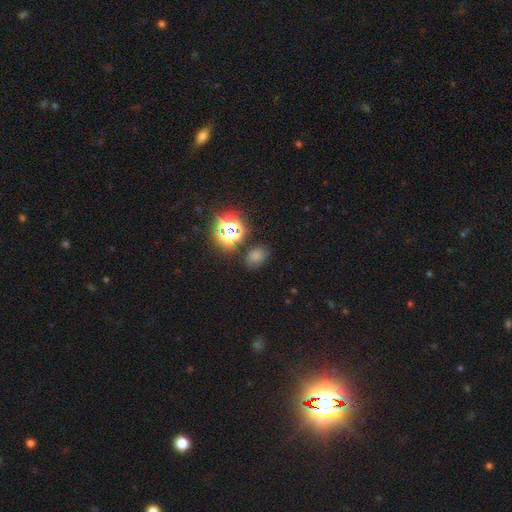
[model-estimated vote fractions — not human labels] This appears to be a smooth galaxy with no disk features (64%) that is in between round and cigar-shaped (61%). Merging: none (73%).